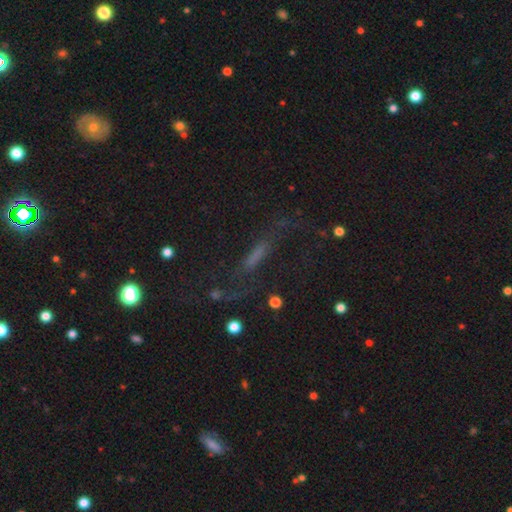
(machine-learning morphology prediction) Smooth or featured?
  - featured or disk: 49% *
  - smooth: 31%
  - star or artifact: 21%
Merging?
  - none: 54% *
  - major disturbance: 23%
  - minor disturbance: 18%
  - merger: 5%